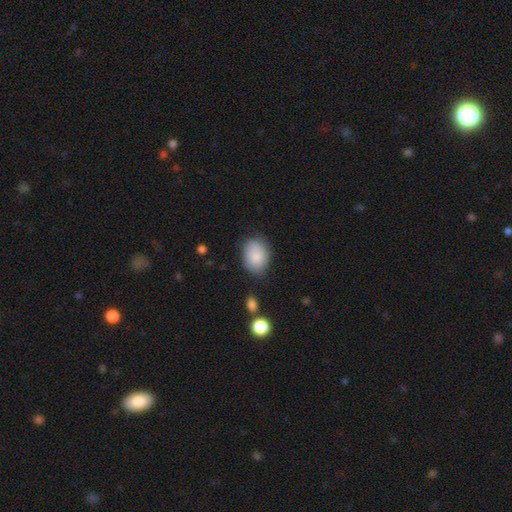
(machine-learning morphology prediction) smooth 85%, featured or disk 8%, star or artifact 7%. Down the decision tree: how rounded — in between (73%); merging — none (71%).